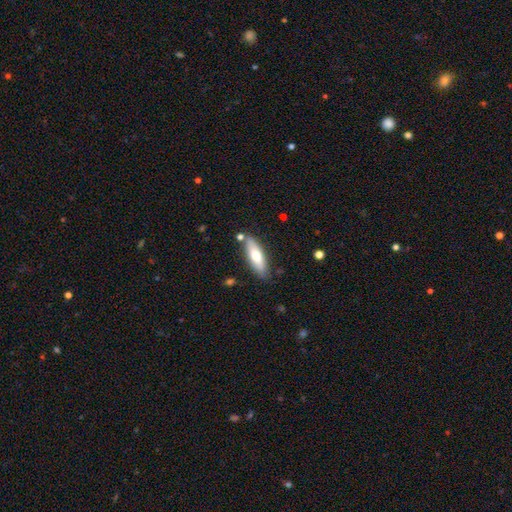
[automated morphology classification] Smooth or featured? Predicted: smooth (p=0.66). How rounded? Predicted: cigar-shaped (p=0.50). Merging? Predicted: none (p=0.80).